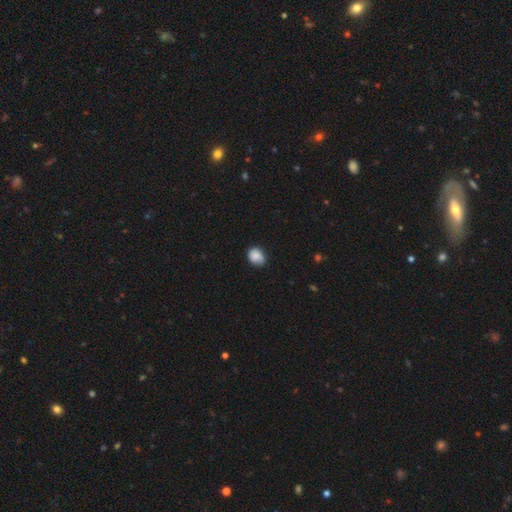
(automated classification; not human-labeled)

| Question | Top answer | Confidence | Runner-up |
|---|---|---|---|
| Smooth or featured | smooth | 78% | featured or disk (13%) |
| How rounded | round | 50% | in between (49%) |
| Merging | none | 63% | minor disturbance (30%) |